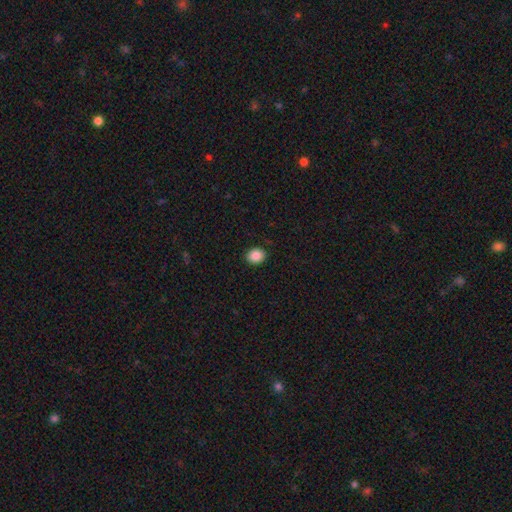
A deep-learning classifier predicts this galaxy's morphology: Q: Smooth or featured?
A: smooth (88%); runner-up: star or artifact (9%)
Q: How rounded?
A: round (63%); runner-up: in between (36%)
Q: Merging?
A: none (90%); runner-up: minor disturbance (7%)